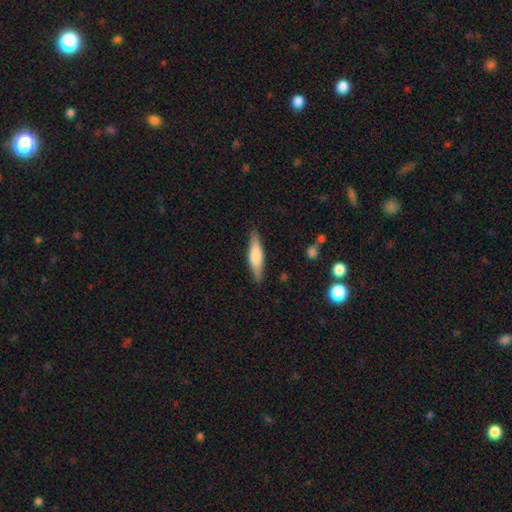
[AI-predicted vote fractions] Overall: smooth (59%; featured or disk 35%). How rounded: cigar-shaped (69%). Merging: none (86%).